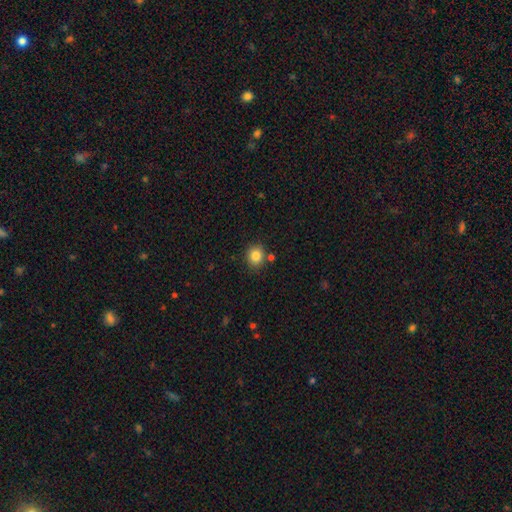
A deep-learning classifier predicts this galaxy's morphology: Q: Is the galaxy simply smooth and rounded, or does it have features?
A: smooth — 84%.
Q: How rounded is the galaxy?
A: round — 78%.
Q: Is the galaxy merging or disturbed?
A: none — 82%.